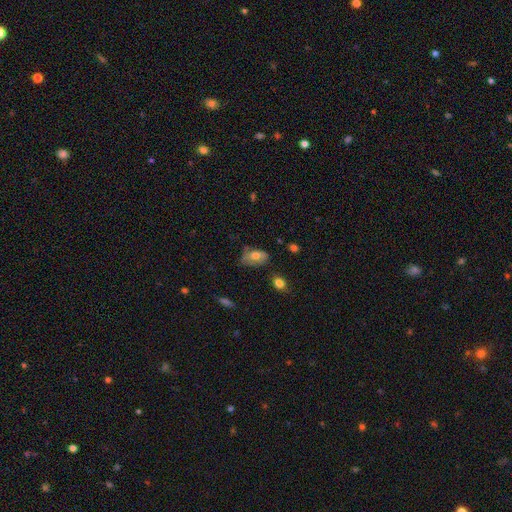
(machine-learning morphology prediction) This appears to be a smooth galaxy with no disk features (61%) that is in between round and cigar-shaped (88%). Merging: none (44%).